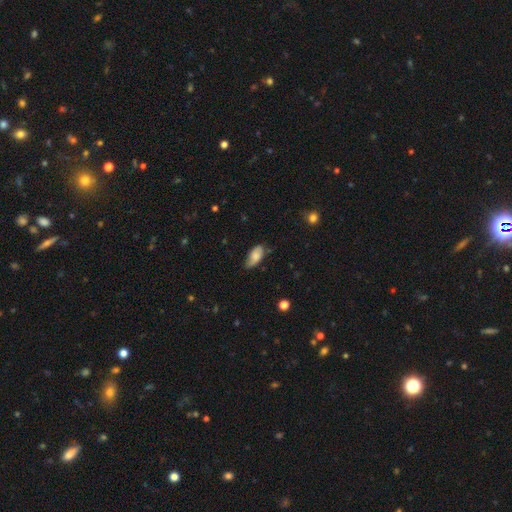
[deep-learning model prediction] Smooth or featured? smooth (74%)
How rounded? in between (90%)
Merging? none (56%)